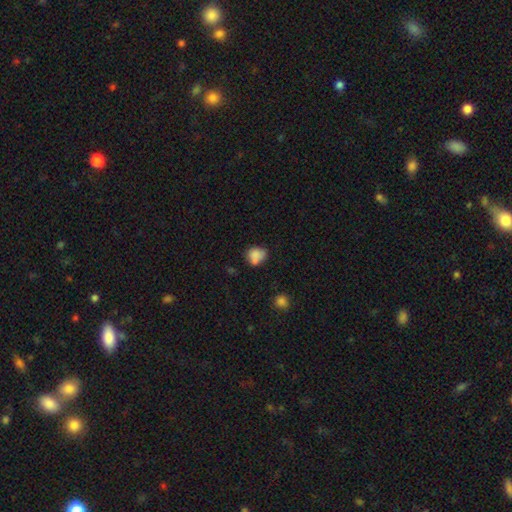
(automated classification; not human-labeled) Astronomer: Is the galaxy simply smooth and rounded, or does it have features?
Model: smooth — 78%.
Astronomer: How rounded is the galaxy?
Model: round — 52% (runner-up: in between, 47%).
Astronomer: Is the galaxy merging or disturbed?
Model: none — 46% (runner-up: minor disturbance, 25%).